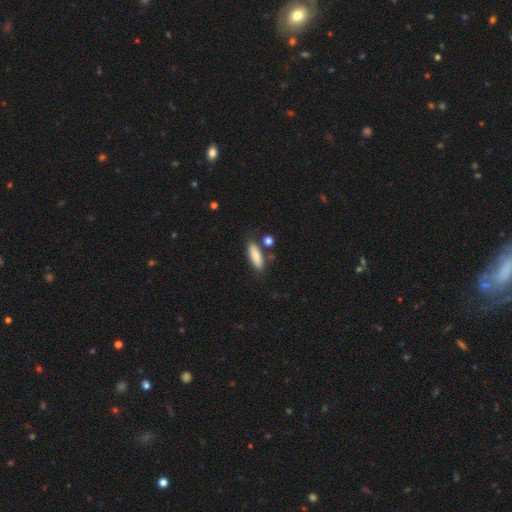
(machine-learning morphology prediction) smooth_or_featured: smooth (p=0.85) [alt: featured or disk p=0.09]
how_rounded: in between (p=0.55) [alt: cigar-shaped p=0.42]
merging: none (p=0.76) [alt: minor disturbance p=0.13]